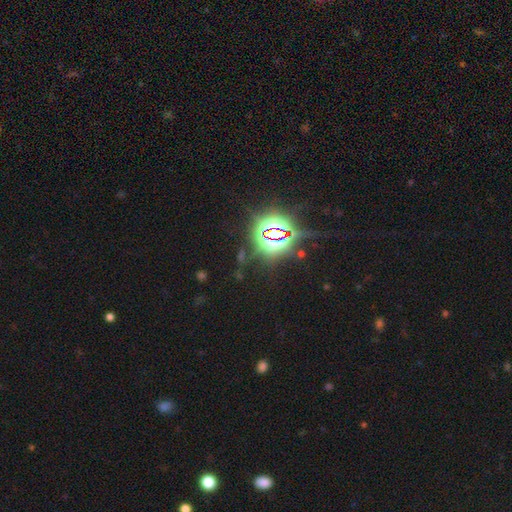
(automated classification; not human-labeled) The model was most divided on "smooth or featured": star or artifact: 85%, smooth: 9%, featured or disk: 6%.